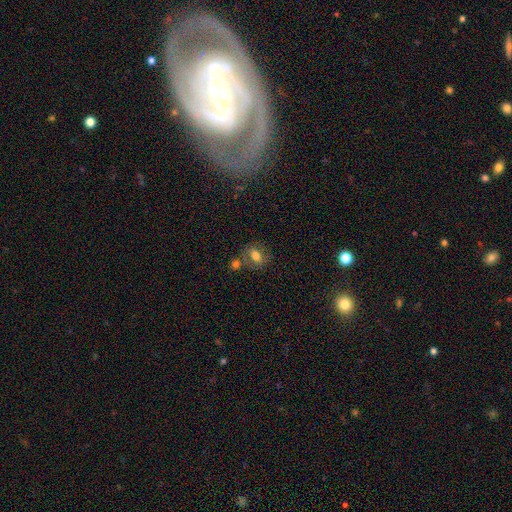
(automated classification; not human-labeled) Smooth or featured?
  - smooth: 70% *
  - featured or disk: 19%
  - star or artifact: 11%
How rounded?
  - in between: 62% *
  - round: 36%
  - cigar-shaped: 2%
Merging?
  - none: 60% *
  - merger: 20%
  - minor disturbance: 15%
  - major disturbance: 6%